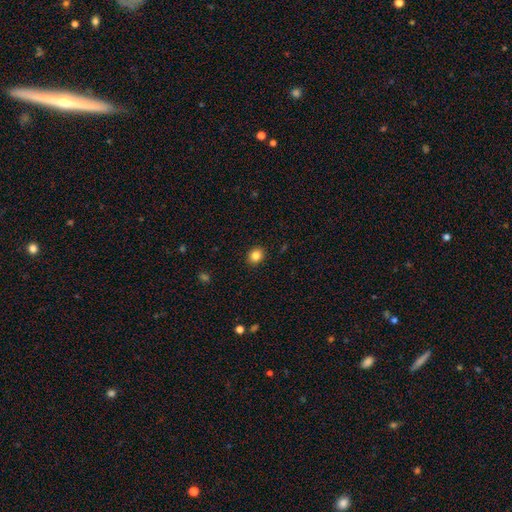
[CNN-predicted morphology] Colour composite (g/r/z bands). It shows a smooth galaxy with no disk features (84%) that is round (70%). Merging: none (91%).